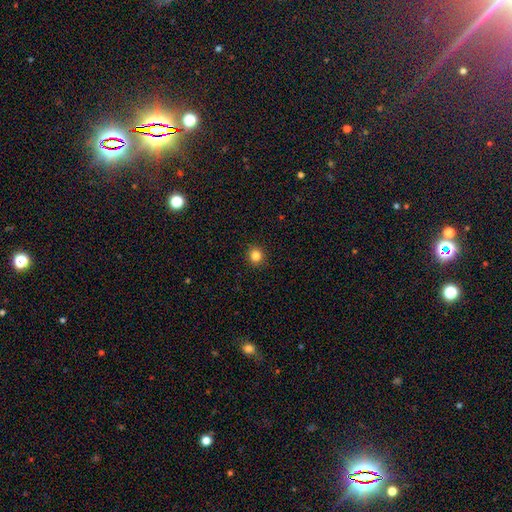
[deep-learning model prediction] A smooth galaxy with no disk features (84%) that is round (92%).

Vote fractions:
- Smooth or featured? smooth: 84% / star or artifact: 12% / featured or disk: 4%
- How rounded? round: 92% / in between: 7% / cigar-shaped: 1%
- Merging? none: 93% / minor disturbance: 5% / major disturbance: 2% / merger: 1%